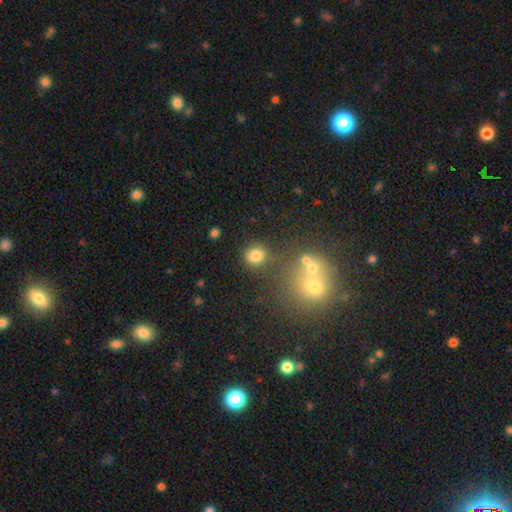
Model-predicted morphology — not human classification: Overall: smooth (79%). How rounded: round (82%). Merging: none (77%).